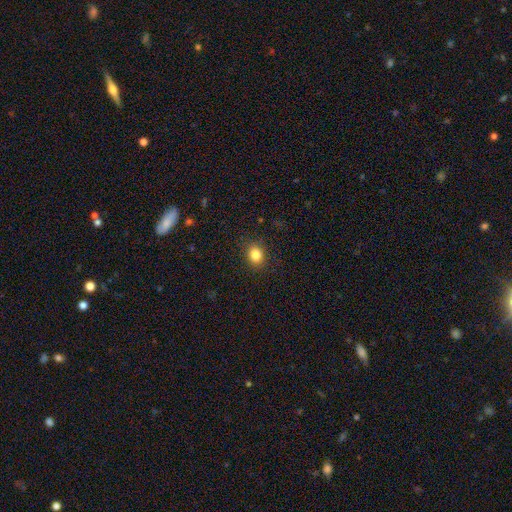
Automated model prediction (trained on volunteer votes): Q: Smooth or featured?
A: smooth (84%); runner-up: star or artifact (11%)
Q: How rounded?
A: round (55%); runner-up: in between (44%)
Q: Merging?
A: none (89%); runner-up: minor disturbance (8%)